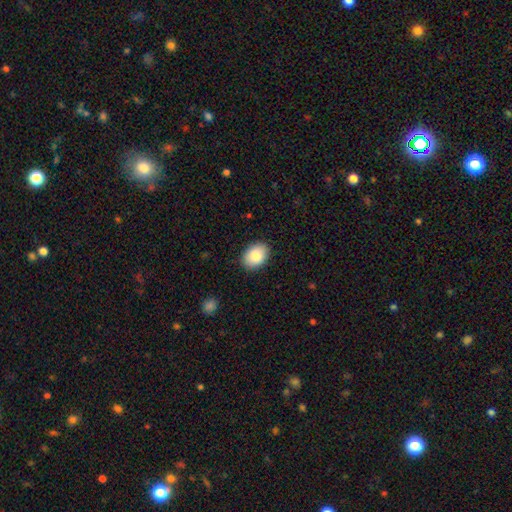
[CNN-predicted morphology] smooth_or_featured: smooth (p=0.87) [alt: featured or disk p=0.07]
how_rounded: in between (p=0.81) [alt: round p=0.18]
merging: none (p=0.88) [alt: minor disturbance p=0.09]